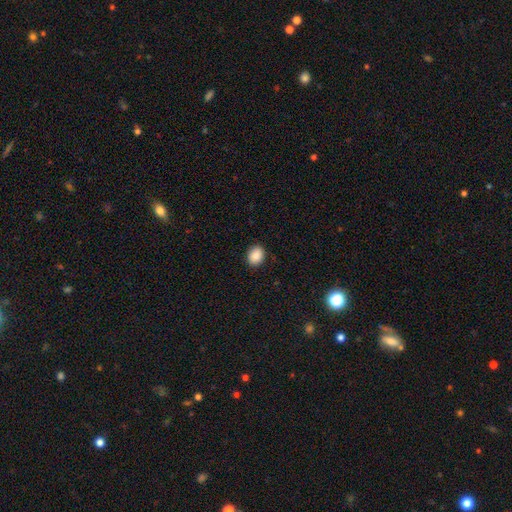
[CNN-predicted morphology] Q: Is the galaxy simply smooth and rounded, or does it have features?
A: smooth — 90%.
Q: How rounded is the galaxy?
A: in between — 59%.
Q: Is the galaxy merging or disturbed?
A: none — 90%.